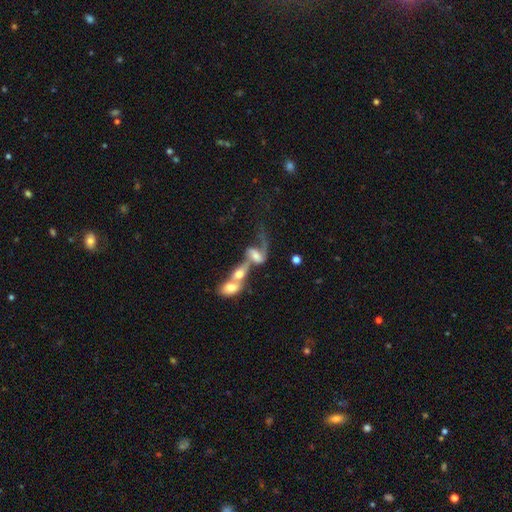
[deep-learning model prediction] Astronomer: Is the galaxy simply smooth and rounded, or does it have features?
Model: featured or disk — 62%.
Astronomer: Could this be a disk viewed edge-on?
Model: no — 92%.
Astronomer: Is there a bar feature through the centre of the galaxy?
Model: no — 46% (runner-up: weak, 34%).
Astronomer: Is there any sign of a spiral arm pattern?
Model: yes — 74%.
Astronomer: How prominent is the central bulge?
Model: moderate — 38% (runner-up: large, 21%).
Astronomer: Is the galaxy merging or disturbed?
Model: merger — 69%.